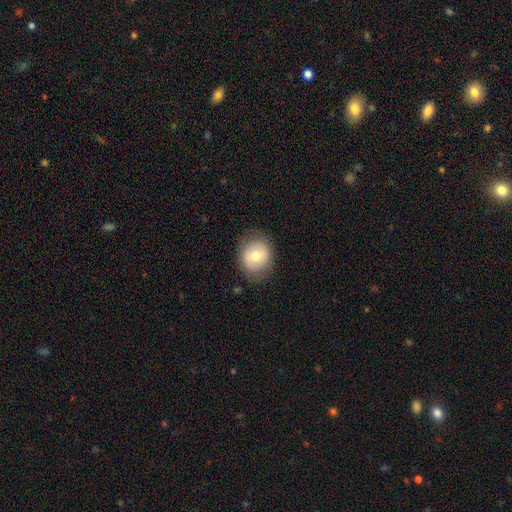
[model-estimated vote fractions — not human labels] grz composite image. It shows a smooth galaxy with no disk features (68%) that is round (71%). Merging: none (81%).